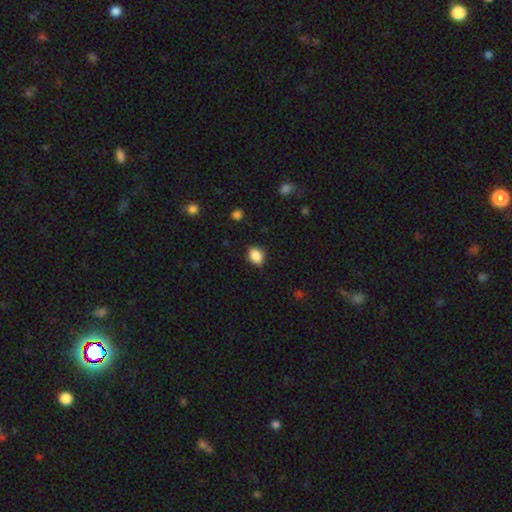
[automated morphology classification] This is clearly a smooth galaxy (86%). How rounded: likely in between (67%). Merging: clearly none (80%).